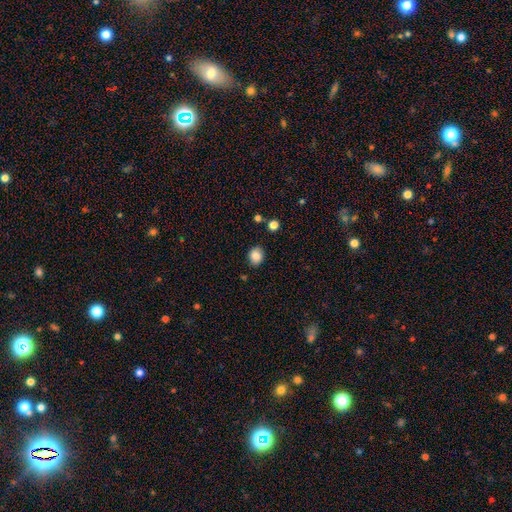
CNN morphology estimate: The model was most divided on "how rounded": round: 56%, in between: 43%, cigar-shaped: 1%. More confident: smooth or featured — smooth (87%); merging — none (84%).